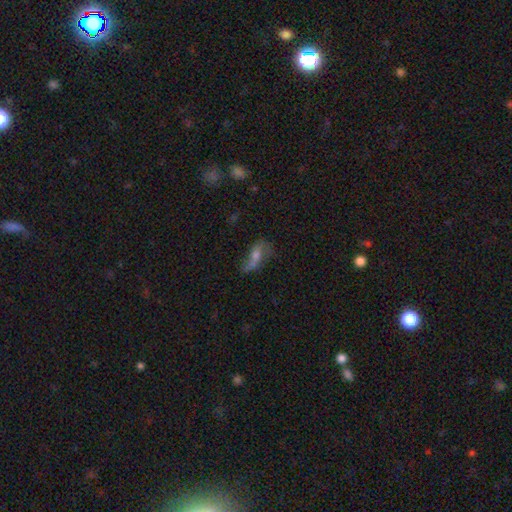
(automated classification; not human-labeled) Overall: featured or disk (52%; smooth 35%). Edge-on disk: no (84%). Merging: none (46%; minor disturbance 22%).